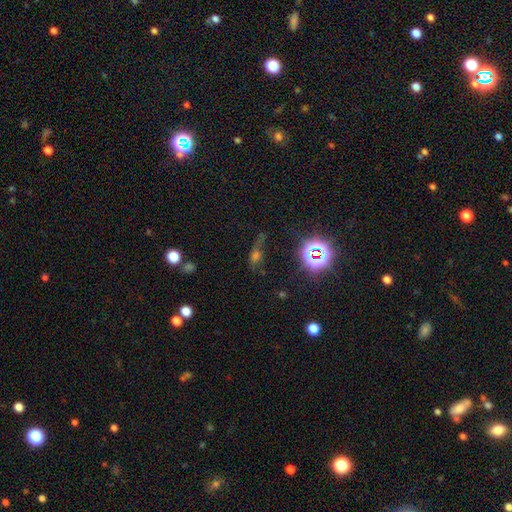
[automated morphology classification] The model was most divided on "smooth or featured": star or artifact: 45%, smooth: 36%, featured or disk: 19%.